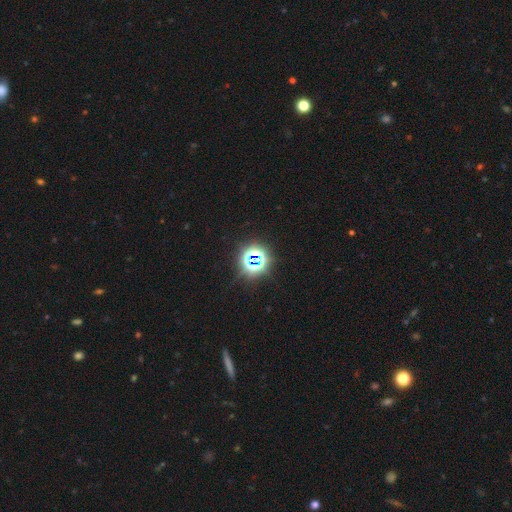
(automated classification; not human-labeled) Smooth or featured? star or artifact (75%)